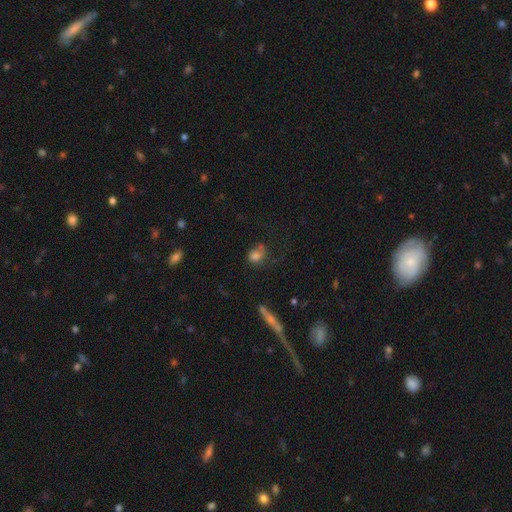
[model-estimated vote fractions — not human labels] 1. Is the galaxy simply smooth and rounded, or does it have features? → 73% smooth, 14% featured or disk, 13% star or artifact.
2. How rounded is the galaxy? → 50% round, 47% in between, 2% cigar-shaped.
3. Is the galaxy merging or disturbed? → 43% none, 24% minor disturbance, 21% major disturbance, 12% merger.